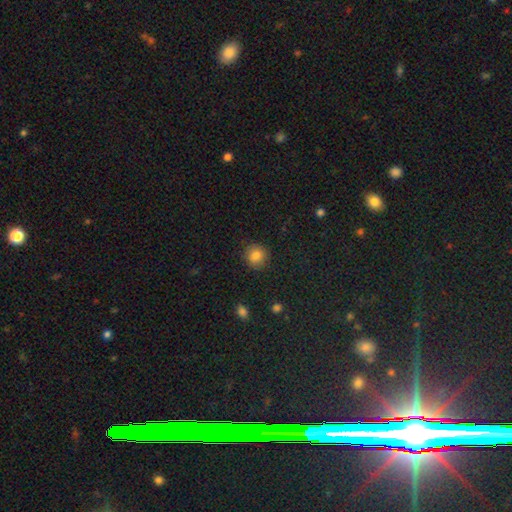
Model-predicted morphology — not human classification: A smooth galaxy with no disk features (84%) that is round (87%).

Vote fractions:
- Smooth or featured? smooth: 84% / star or artifact: 10% / featured or disk: 6%
- How rounded? round: 87% / in between: 12% / cigar-shaped: 1%
- Merging? none: 88% / minor disturbance: 9% / major disturbance: 3% / merger: 1%